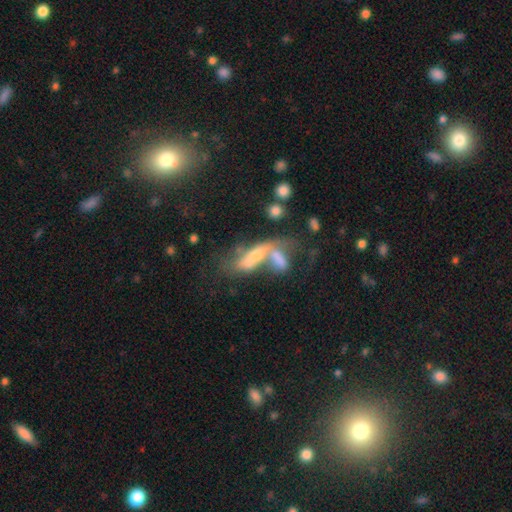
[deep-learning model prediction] Q: Smooth or featured?
A: featured or disk (55%); runner-up: smooth (33%)
Q: Edge-on disk?
A: no (77%); runner-up: yes (23%)
Q: Merging?
A: merger (55%); runner-up: major disturbance (18%)